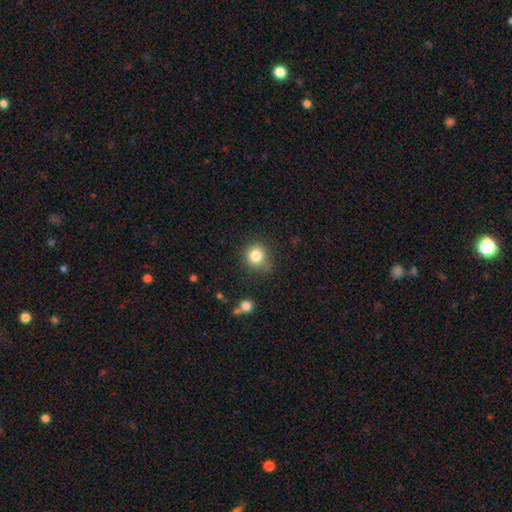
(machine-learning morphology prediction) Smooth or featured?
  - smooth: 82% *
  - star or artifact: 12%
  - featured or disk: 6%
How rounded?
  - round: 87% *
  - in between: 13%
  - cigar-shaped: 1%
Merging?
  - none: 75% *
  - minor disturbance: 17%
  - major disturbance: 5%
  - merger: 3%